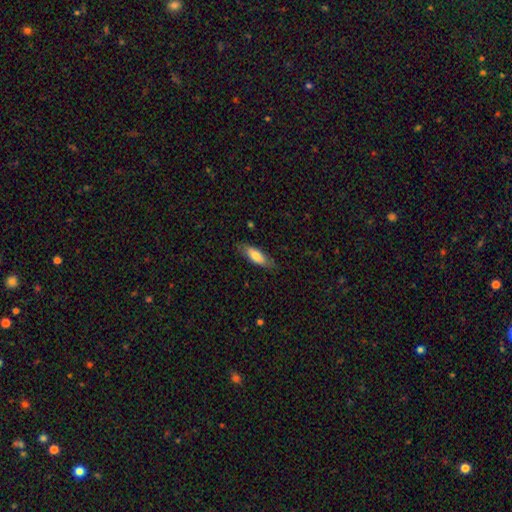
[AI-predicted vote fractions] Smooth or featured?
  - smooth: 73% *
  - featured or disk: 21%
  - star or artifact: 6%
How rounded?
  - in between: 67% *
  - cigar-shaped: 31%
  - round: 2%
Merging?
  - none: 79% *
  - minor disturbance: 16%
  - major disturbance: 3%
  - merger: 1%